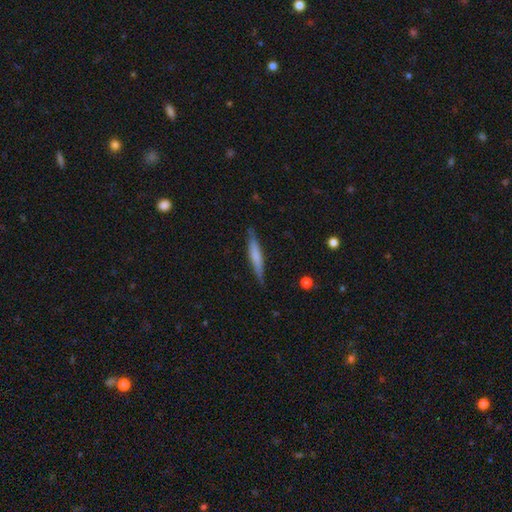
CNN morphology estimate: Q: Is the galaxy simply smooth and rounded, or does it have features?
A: smooth — 58%.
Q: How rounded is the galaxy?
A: cigar-shaped — 93%.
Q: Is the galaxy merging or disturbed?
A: none — 85%.